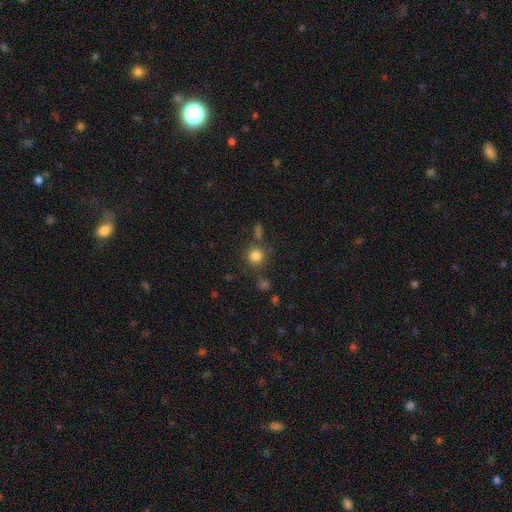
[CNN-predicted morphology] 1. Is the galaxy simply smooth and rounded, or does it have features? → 81% smooth, 13% star or artifact, 6% featured or disk.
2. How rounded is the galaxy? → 91% round, 8% in between, 1% cigar-shaped.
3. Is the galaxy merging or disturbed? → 76% none, 10% minor disturbance, 9% merger, 4% major disturbance.